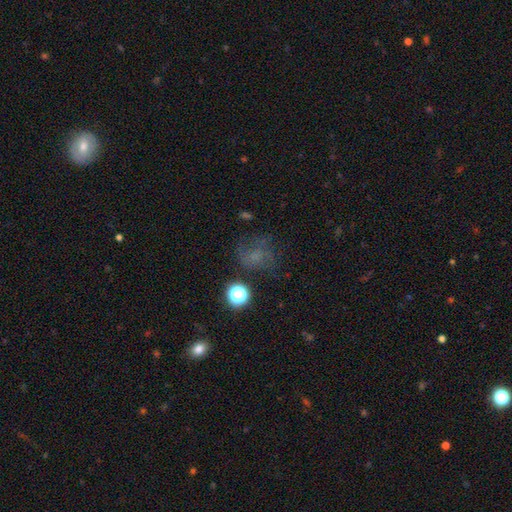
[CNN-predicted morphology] This is marginally a smooth galaxy (42%). Merging: possibly none (54%).